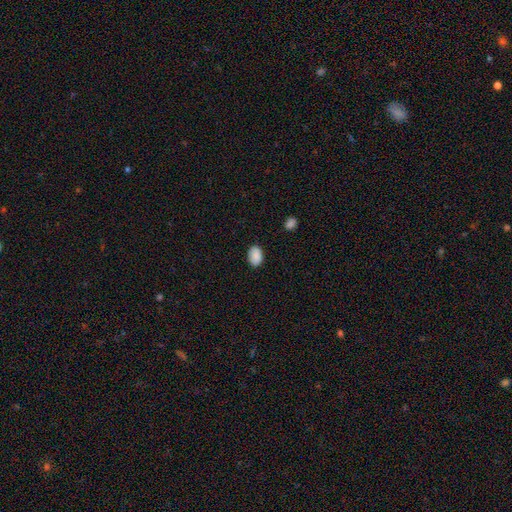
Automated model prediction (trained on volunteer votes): Smooth or featured? smooth (89%)
How rounded? in between (88%)
Merging? none (85%)